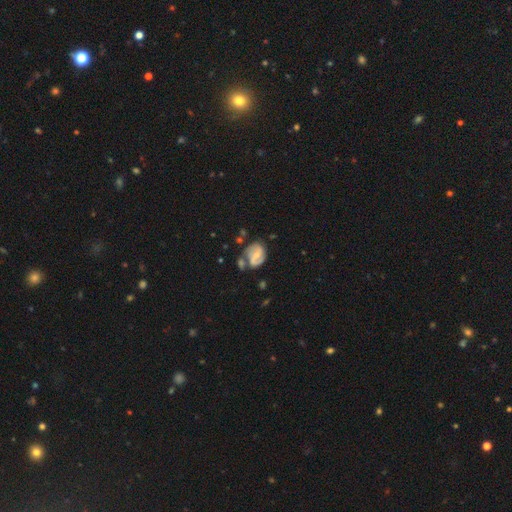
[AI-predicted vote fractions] Smooth or featured? featured or disk (67%)
Edge-on disk? no (97%)
Bar? weak (48%)
Spiral arms? yes (85%)
Spiral winding? medium (45%)
Spiral arm count? 2 (76%)
Bulge size? small (50%)
Merging? none (50%)